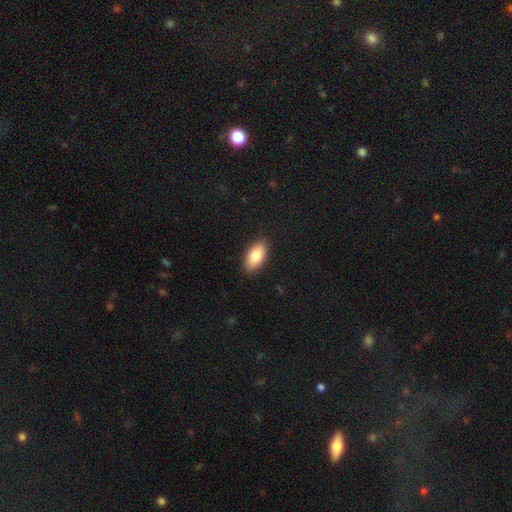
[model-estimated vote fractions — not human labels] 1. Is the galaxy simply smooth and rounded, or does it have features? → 83% smooth, 11% featured or disk, 6% star or artifact.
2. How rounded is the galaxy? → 92% in between, 5% cigar-shaped, 3% round.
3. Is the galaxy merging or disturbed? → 89% none, 8% minor disturbance, 2% major disturbance, 1% merger.